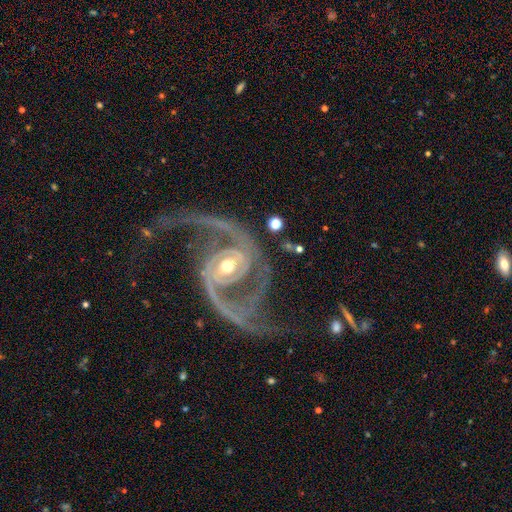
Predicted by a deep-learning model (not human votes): The model was most divided on "bar": no: 37%, strong: 33%, weak: 30%. More confident: spiral arms — yes (98%); edge-on disk — no (98%); spiral arm count — 2 (93%); smooth or featured — featured or disk (93%); merging — none (64%); bulge size — small (62%); spiral winding — medium (53%).